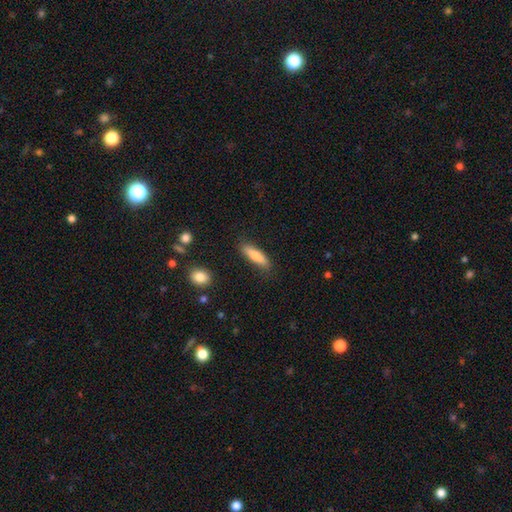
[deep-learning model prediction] smooth 77%, featured or disk 17%, star or artifact 6%. Down the decision tree: how rounded — cigar-shaped (67%); merging — none (82%).